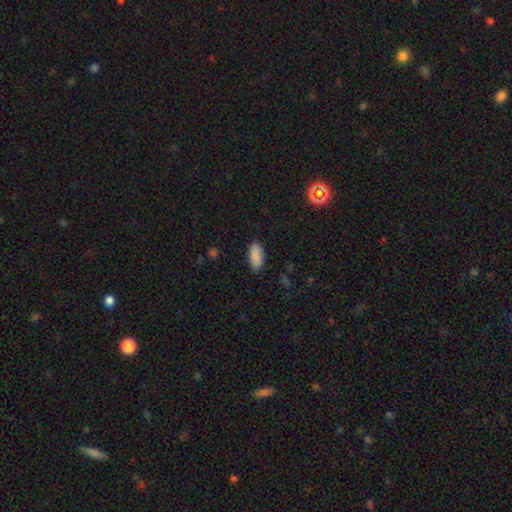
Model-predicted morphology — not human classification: Smooth or featured: smooth — 89% (star or artifact — 8%)
How rounded: in between — 91% (cigar-shaped — 7%)
Merging: none — 84% (minor disturbance — 12%)